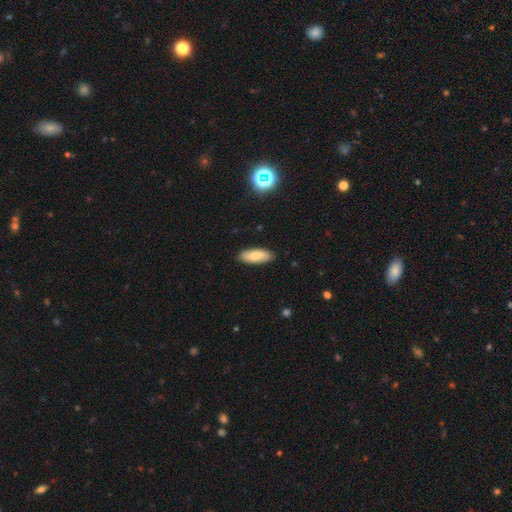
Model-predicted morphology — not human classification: Smooth or featured? Predicted: smooth (p=0.76). How rounded? Predicted: in between (p=0.72). Merging? Predicted: none (p=0.87).